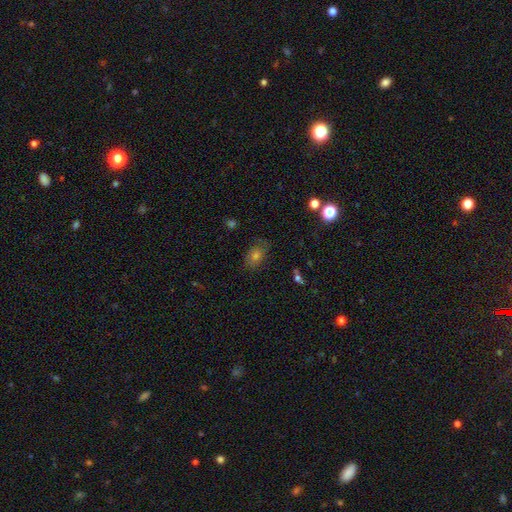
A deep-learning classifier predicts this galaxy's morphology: Smooth or featured?
  - smooth: 50% *
  - featured or disk: 29%
  - star or artifact: 21%
Merging?
  - none: 71% *
  - minor disturbance: 19%
  - major disturbance: 8%
  - merger: 2%